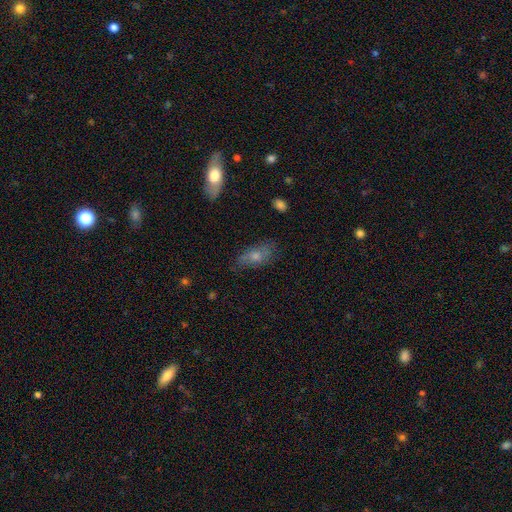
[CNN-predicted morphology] Smooth or featured?
  - smooth: 63% *
  - featured or disk: 28%
  - star or artifact: 9%
How rounded?
  - in between: 86% *
  - cigar-shaped: 9%
  - round: 6%
Merging?
  - none: 66% *
  - minor disturbance: 24%
  - major disturbance: 7%
  - merger: 2%